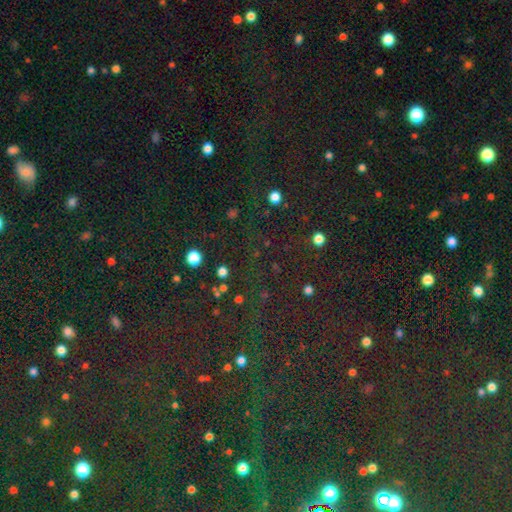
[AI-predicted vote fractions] smooth-or-featured: star or artifact: 82% | smooth: 11% | featured or disk: 7%